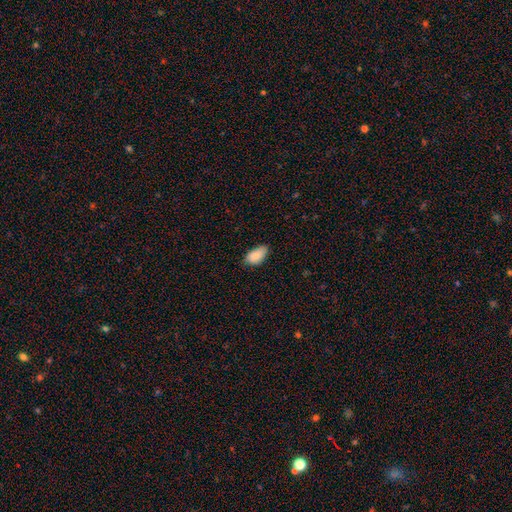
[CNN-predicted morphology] Q: Smooth or featured?
A: smooth (87%); runner-up: star or artifact (7%)
Q: How rounded?
A: in between (94%); runner-up: round (4%)
Q: Merging?
A: none (66%); runner-up: minor disturbance (29%)